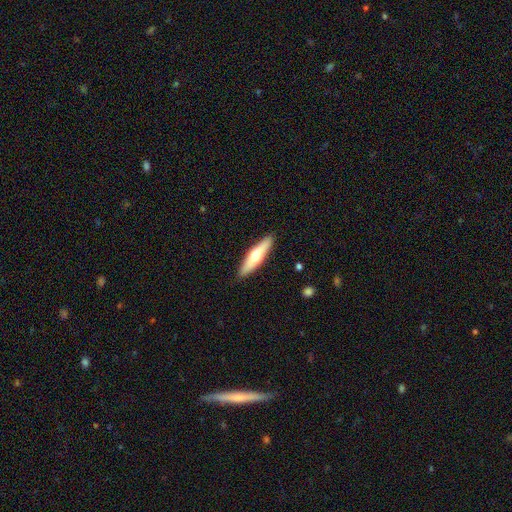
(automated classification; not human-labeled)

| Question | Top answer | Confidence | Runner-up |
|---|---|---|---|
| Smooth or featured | smooth | 55% | featured or disk (40%) |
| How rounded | cigar-shaped | 77% | in between (21%) |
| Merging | none | 89% | minor disturbance (8%) |